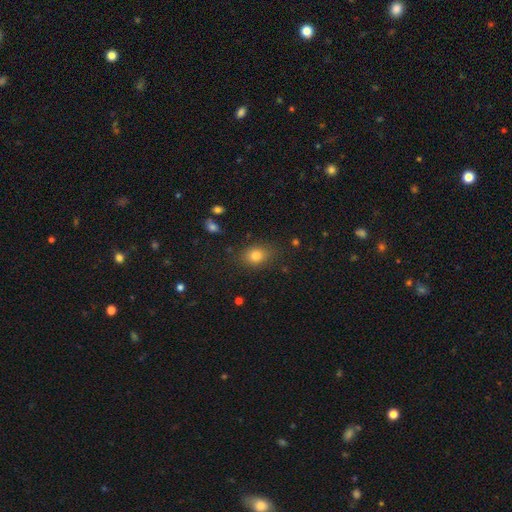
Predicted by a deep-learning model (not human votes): A smooth galaxy with no disk features (80%) that is in between round and cigar-shaped (65%).

Vote fractions:
- Smooth or featured? smooth: 80% / star or artifact: 12% / featured or disk: 8%
- How rounded? in between: 65% / round: 33% / cigar-shaped: 2%
- Merging? none: 80% / minor disturbance: 14% / major disturbance: 4% / merger: 2%